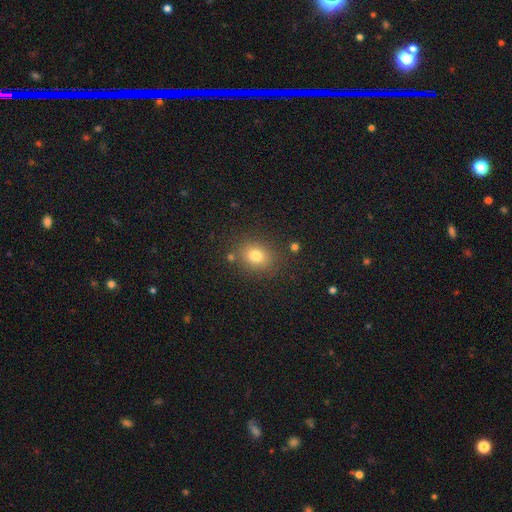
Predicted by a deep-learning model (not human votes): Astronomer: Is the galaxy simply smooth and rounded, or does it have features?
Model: smooth — 77%.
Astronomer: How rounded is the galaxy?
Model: round — 59% (runner-up: in between, 40%).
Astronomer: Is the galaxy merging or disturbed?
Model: none — 82%.